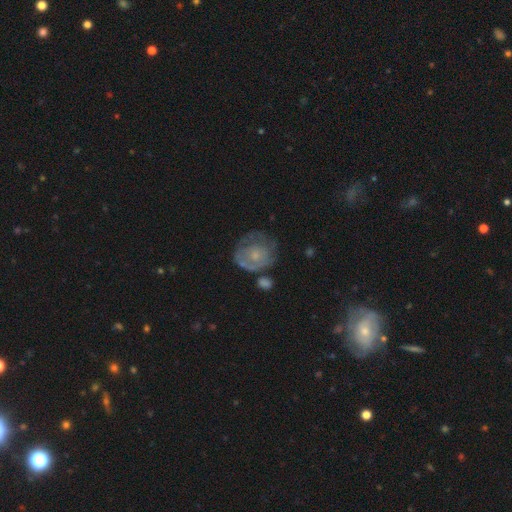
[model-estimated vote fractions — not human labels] smooth_or_featured: featured or disk (p=0.56) [alt: smooth p=0.37]
disk_edge_on: no (p=0.97) [alt: yes p=0.03]
bar: no (p=0.86) [alt: weak p=0.12]
has_spiral_arms: yes (p=0.51) [alt: no p=0.49]
bulge_size: small (p=0.54) [alt: moderate p=0.35]
merging: none (p=0.51) [alt: minor disturbance p=0.25]